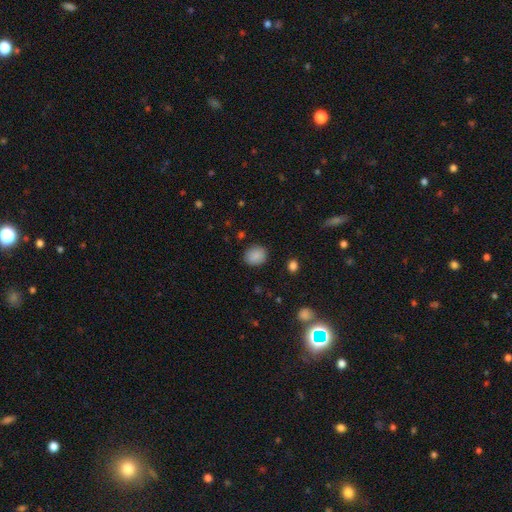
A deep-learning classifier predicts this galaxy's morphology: smooth 88%, star or artifact 9%, featured or disk 4%. Down the decision tree: how rounded — round (67%); merging — none (86%).